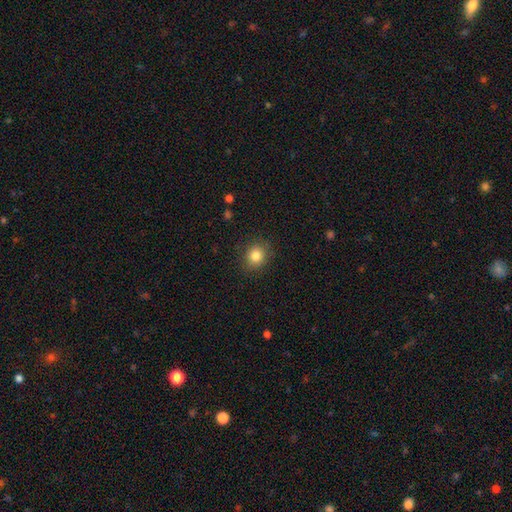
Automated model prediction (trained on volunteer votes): Morphology: type=smooth (83%); roundness=round (76%); merging=none (88%).